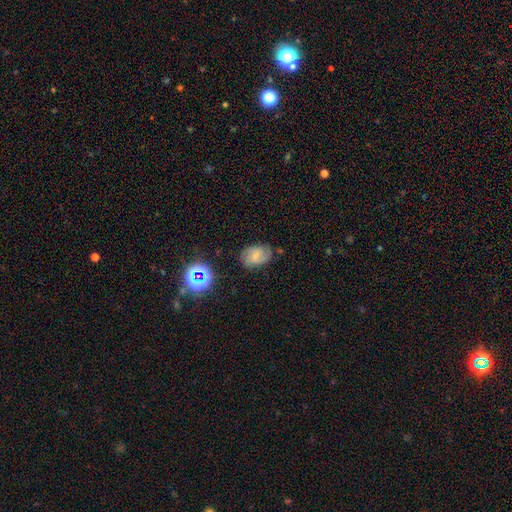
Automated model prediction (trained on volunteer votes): Overall: smooth (46%; featured or disk 40%). Merging: none (71%).